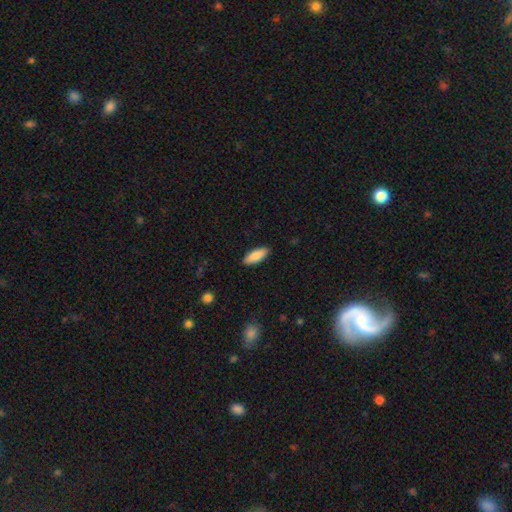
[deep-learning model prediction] Overall: smooth (86%). How rounded: in between (75%). Merging: none (89%).